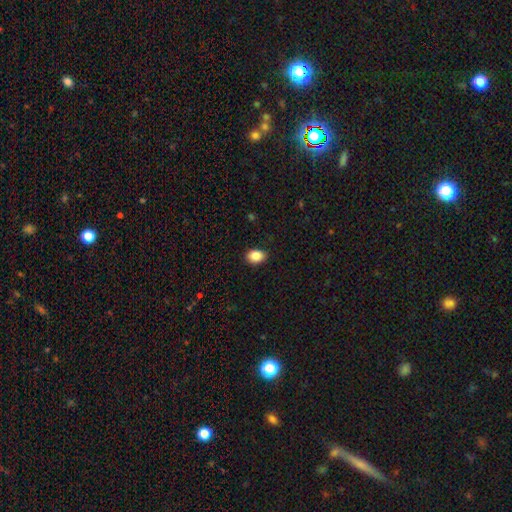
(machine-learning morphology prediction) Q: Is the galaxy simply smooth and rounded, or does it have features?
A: smooth — 88%.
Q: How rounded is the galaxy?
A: in between — 76%.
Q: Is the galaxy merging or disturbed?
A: none — 87%.